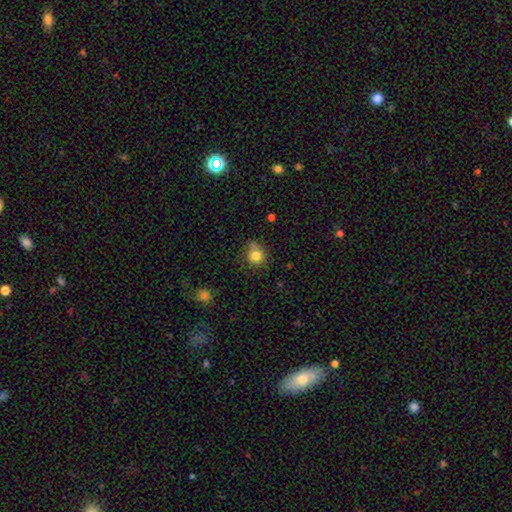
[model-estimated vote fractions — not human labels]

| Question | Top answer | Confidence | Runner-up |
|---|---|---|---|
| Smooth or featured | smooth | 81% | star or artifact (11%) |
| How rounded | round | 82% | in between (17%) |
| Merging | none | 62% | minor disturbance (26%) |